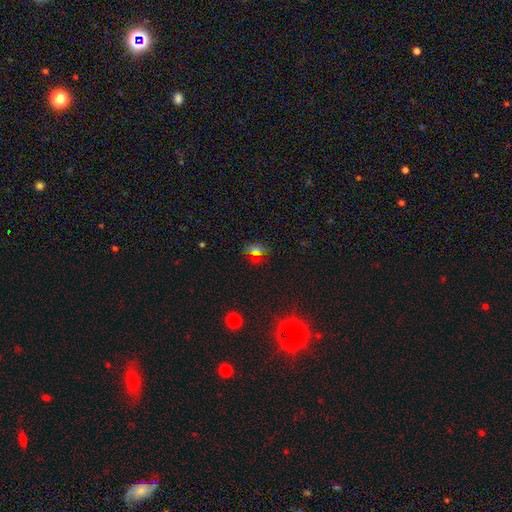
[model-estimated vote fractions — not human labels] Morphology: type=smooth (52%); roundness=round (68%); merging=none (78%).